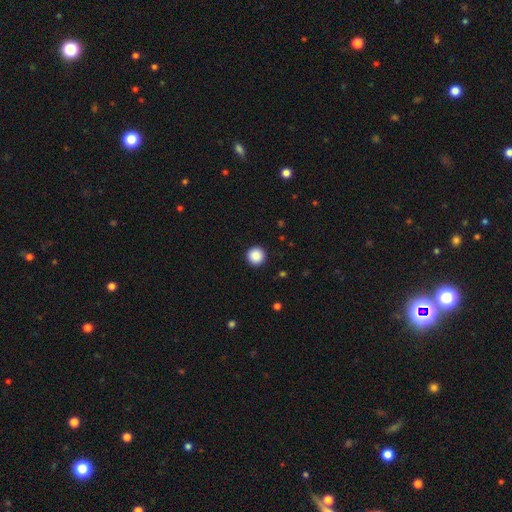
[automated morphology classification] Q: Smooth or featured?
A: smooth (89%); runner-up: star or artifact (9%)
Q: How rounded?
A: round (96%); runner-up: in between (3%)
Q: Merging?
A: none (93%); runner-up: minor disturbance (4%)